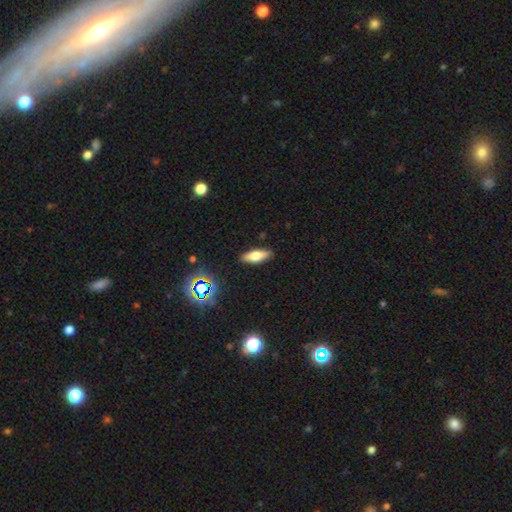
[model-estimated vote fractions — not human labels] A smooth galaxy with no disk features (65%) that is in between round and cigar-shaped (62%). Merging: none (89%).